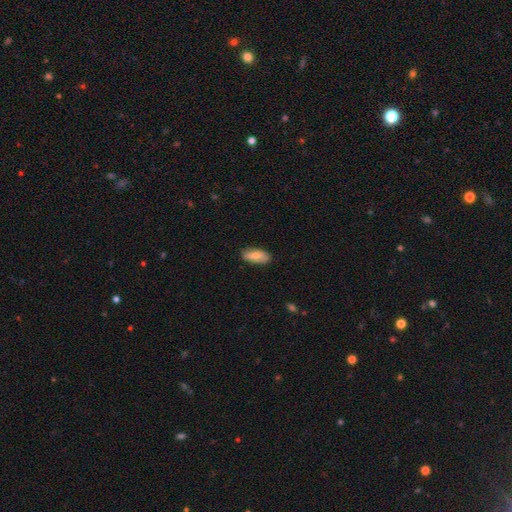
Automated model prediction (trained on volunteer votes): The model was most divided on "smooth or featured": smooth: 74%, featured or disk: 20%, star or artifact: 6%. More confident: how rounded — in between (85%); merging — none (84%).